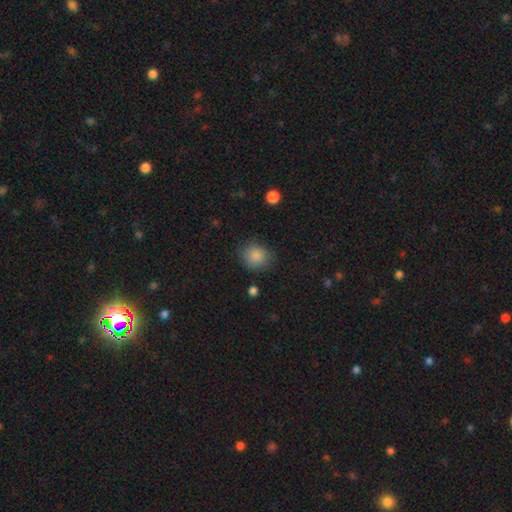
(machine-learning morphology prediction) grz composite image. It shows a smooth galaxy with no disk features (86%) that is round (75%). Merging: none (79%).